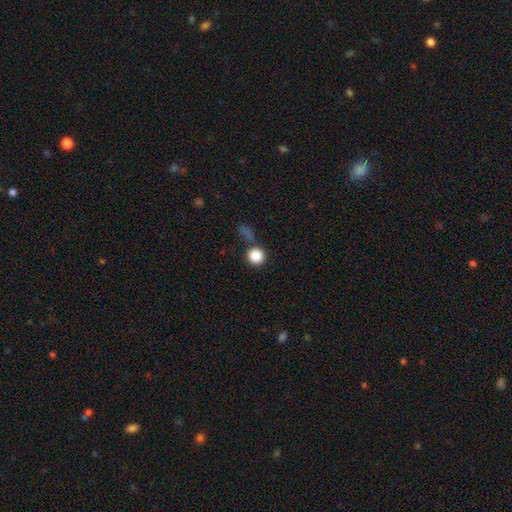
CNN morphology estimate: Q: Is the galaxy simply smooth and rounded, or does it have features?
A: smooth — 85%.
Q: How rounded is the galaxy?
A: round — 94%.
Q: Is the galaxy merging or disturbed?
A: none — 71%.